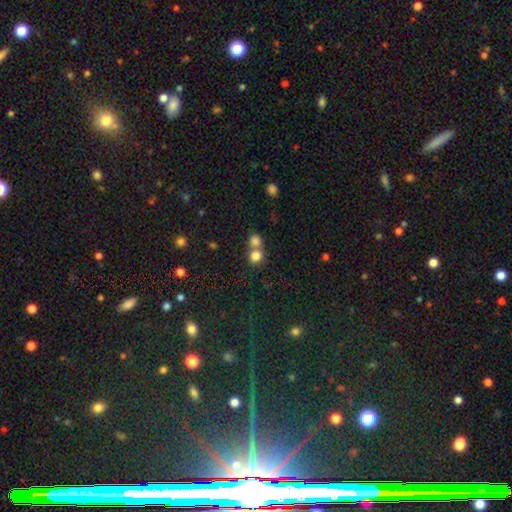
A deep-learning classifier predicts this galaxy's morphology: The model was most divided on "merging": merger: 50%, none: 42%, minor disturbance: 5%, major disturbance: 3%. More confident: how rounded — round (83%); smooth or featured — smooth (80%).